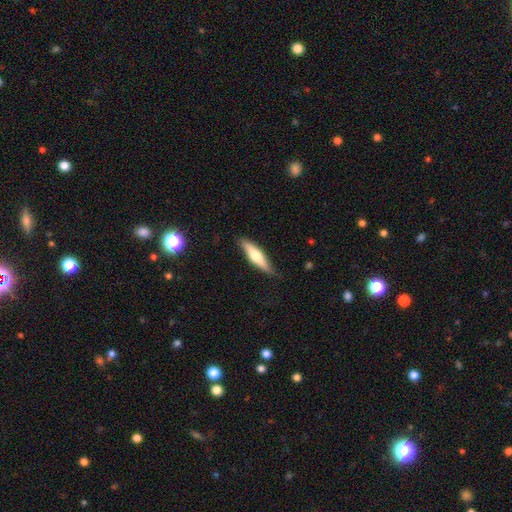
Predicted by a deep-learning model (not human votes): smooth-or-featured: smooth: 54% | featured or disk: 40% | star or artifact: 5%
  how-rounded: cigar-shaped: 73% | in between: 25% | round: 2%
  merging: none: 81% | minor disturbance: 15% | major disturbance: 3% | merger: 1%